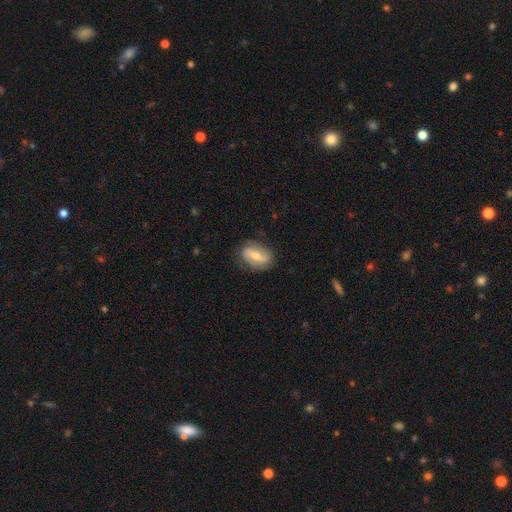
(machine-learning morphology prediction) Smooth or featured? featured or disk (54%)
Edge-on disk? no (91%)
Merging? none (77%)